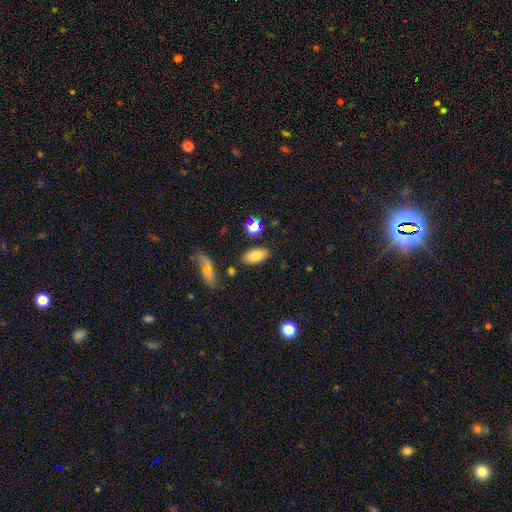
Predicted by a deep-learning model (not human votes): Q: Smooth or featured?
A: smooth (82%); runner-up: star or artifact (9%)
Q: How rounded?
A: in between (91%); runner-up: cigar-shaped (5%)
Q: Merging?
A: none (83%); runner-up: minor disturbance (11%)